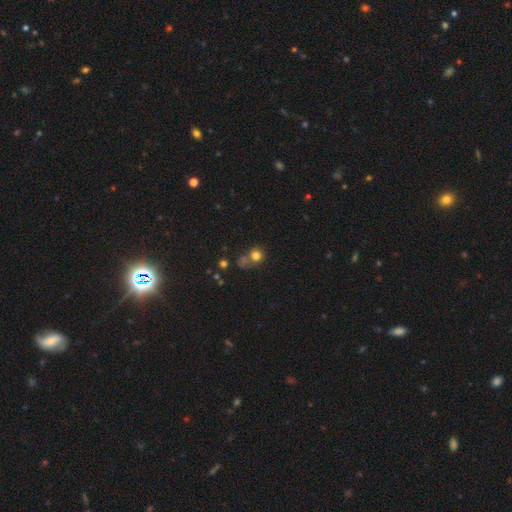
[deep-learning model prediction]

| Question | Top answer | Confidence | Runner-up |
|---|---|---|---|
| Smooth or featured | smooth | 76% | star or artifact (15%) |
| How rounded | round | 84% | in between (15%) |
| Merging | none | 50% | merger (28%) |